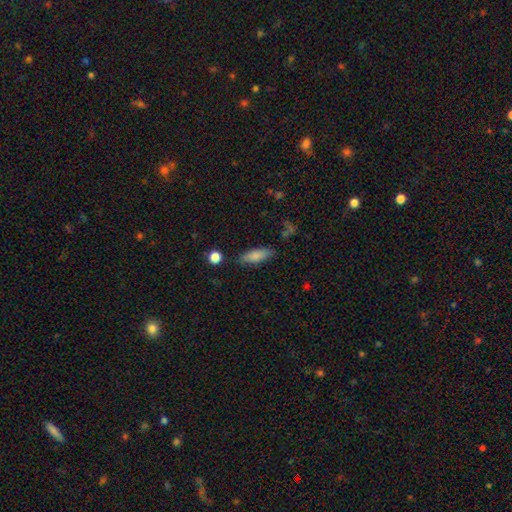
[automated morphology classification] smooth 81%, featured or disk 11%, star or artifact 8%. Down the decision tree: how rounded — in between (62%); merging — none (79%).